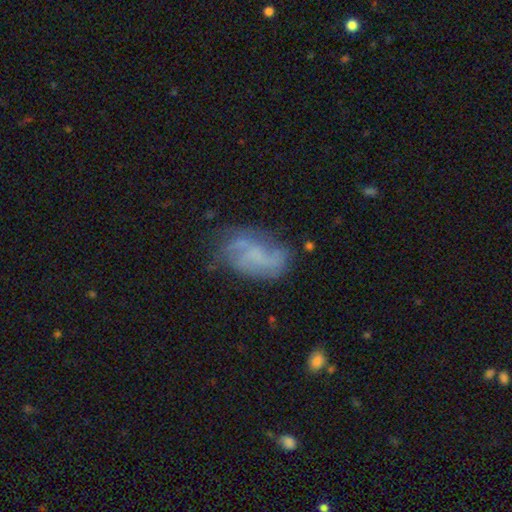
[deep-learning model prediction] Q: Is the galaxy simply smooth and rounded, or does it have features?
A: featured or disk — 66%.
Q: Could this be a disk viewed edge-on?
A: no — 97%.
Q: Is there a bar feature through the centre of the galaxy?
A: no — 60%.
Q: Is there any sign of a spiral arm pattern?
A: yes — 82%.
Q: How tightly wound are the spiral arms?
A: loose — 43%.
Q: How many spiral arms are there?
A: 2 — 49%.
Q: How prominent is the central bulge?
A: none — 66%.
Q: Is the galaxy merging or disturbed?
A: none — 62%.